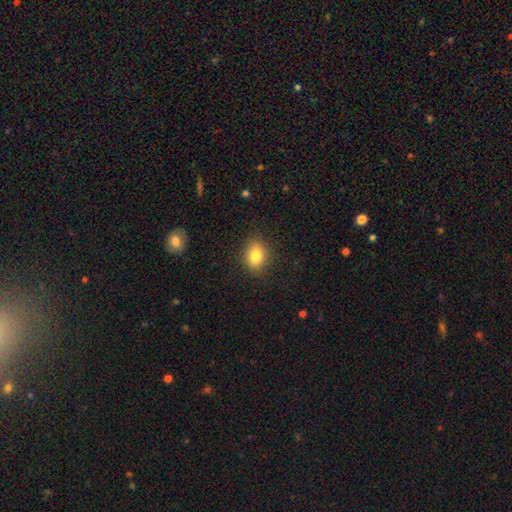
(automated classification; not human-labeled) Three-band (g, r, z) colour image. It shows a smooth galaxy with no disk features (82%) that is in between round and cigar-shaped (60%). Merging: none (85%).